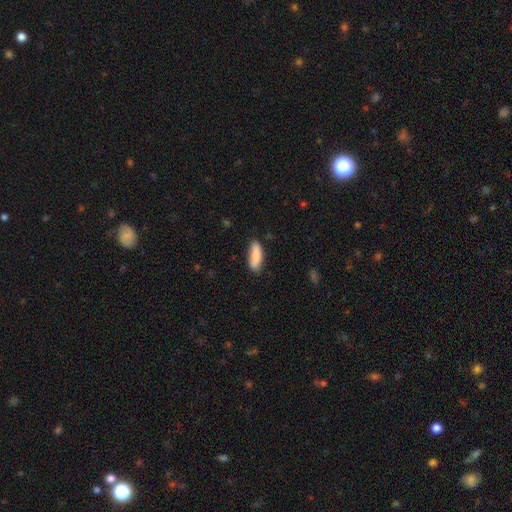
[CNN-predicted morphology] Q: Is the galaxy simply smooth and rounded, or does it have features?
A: smooth — 87%.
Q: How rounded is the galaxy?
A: in between — 56%.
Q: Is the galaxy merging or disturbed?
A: none — 80%.